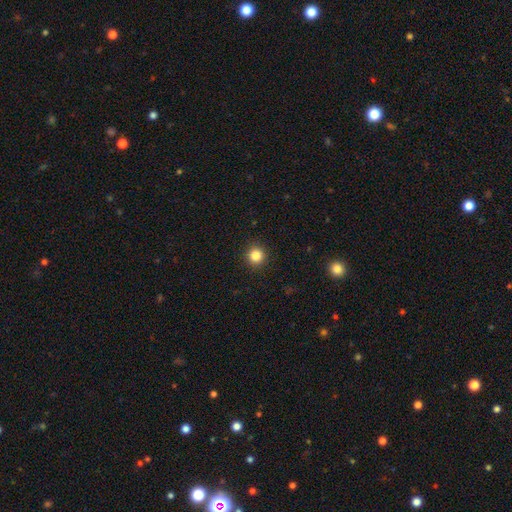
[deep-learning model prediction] smooth 84%, star or artifact 12%, featured or disk 4%. Down the decision tree: how rounded — round (94%); merging — none (92%).